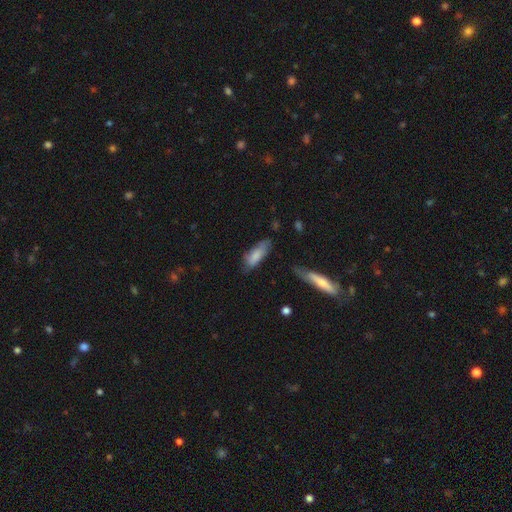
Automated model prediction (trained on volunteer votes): Smooth or featured? Predicted: smooth (p=0.77). How rounded? Predicted: in between (p=0.68). Merging? Predicted: none (p=0.56).